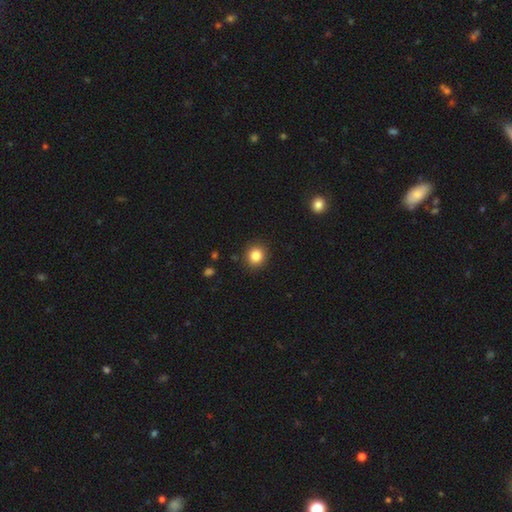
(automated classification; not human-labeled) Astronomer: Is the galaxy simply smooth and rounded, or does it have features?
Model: smooth — 84%.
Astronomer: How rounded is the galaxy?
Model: round — 88%.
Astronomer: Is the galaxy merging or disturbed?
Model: none — 91%.